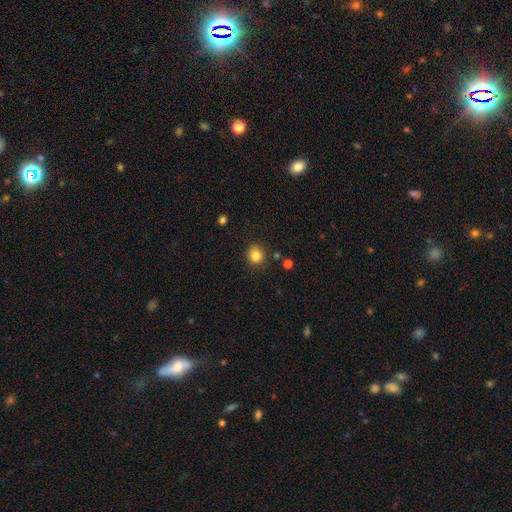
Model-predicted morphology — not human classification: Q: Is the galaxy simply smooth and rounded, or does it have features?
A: smooth — 83%.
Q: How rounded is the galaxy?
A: round — 87%.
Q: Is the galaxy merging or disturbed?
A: none — 86%.